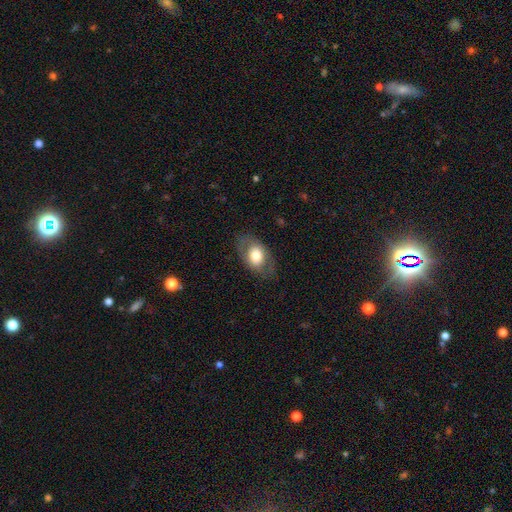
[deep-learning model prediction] smooth 60%, featured or disk 33%, star or artifact 7%. Down the decision tree: how rounded — in between (80%); merging — none (77%).